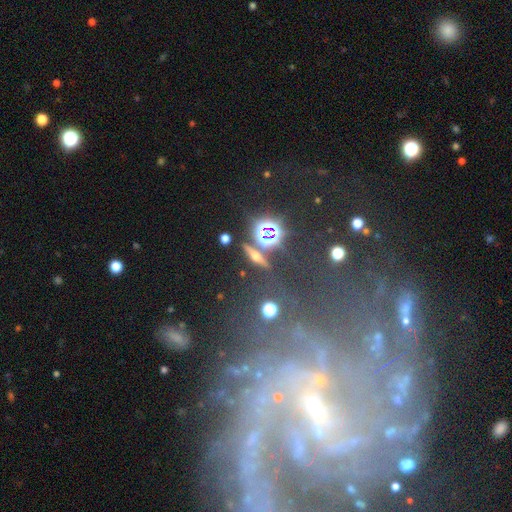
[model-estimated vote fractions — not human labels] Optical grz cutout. It shows a featured or disk galaxy (48%). Merging: none (82%).